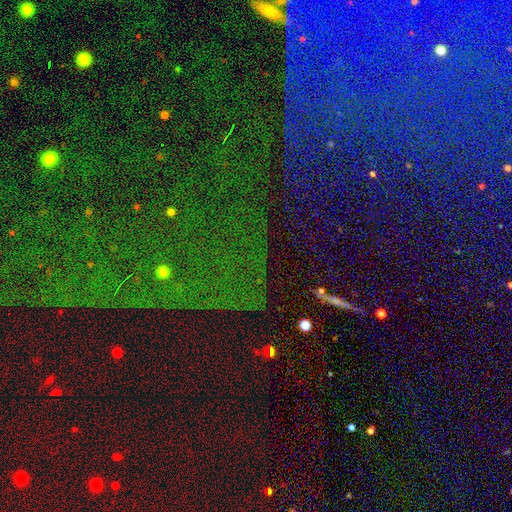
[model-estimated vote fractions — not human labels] Smooth or featured?
  - star or artifact: 83% *
  - featured or disk: 8%
  - smooth: 8%